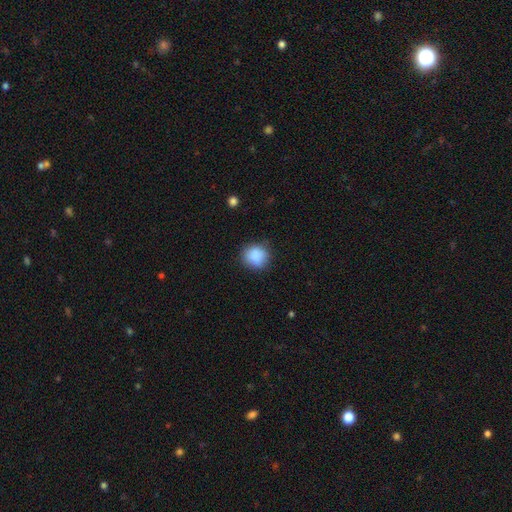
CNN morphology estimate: A smooth galaxy with no disk features (88%) that is round (85%).

Vote fractions:
- Smooth or featured? smooth: 88% / star or artifact: 8% / featured or disk: 4%
- How rounded? round: 85% / in between: 14% / cigar-shaped: 1%
- Merging? none: 82% / minor disturbance: 13% / major disturbance: 3% / merger: 1%